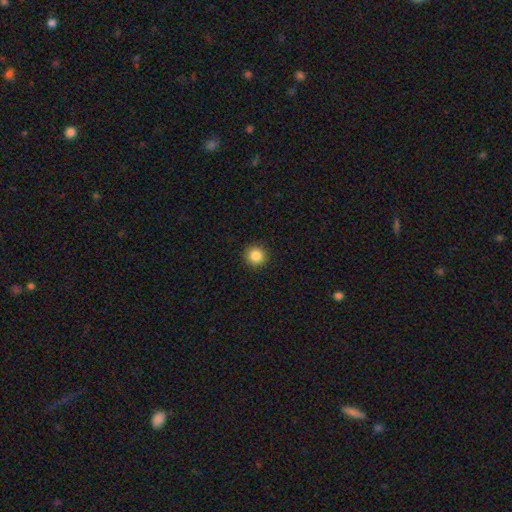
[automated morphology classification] A smooth galaxy with no disk features (86%) that is round (96%).

Vote fractions:
- Smooth or featured? smooth: 86% / star or artifact: 10% / featured or disk: 4%
- How rounded? round: 96% / in between: 3% / cigar-shaped: 1%
- Merging? none: 93% / minor disturbance: 5% / major disturbance: 2% / merger: 1%